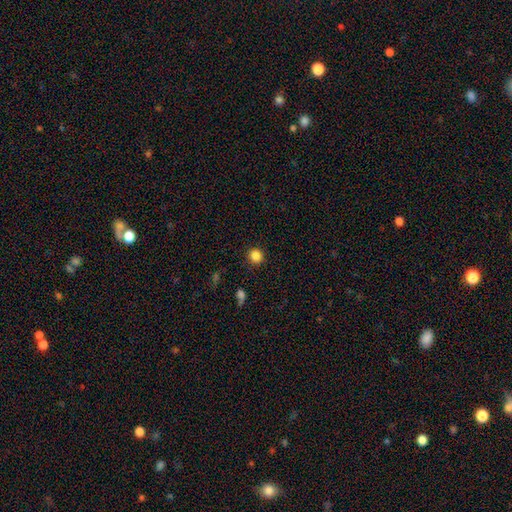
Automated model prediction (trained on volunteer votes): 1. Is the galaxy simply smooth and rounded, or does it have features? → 85% smooth, 11% star or artifact, 4% featured or disk.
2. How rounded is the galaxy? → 91% round, 9% in between, 1% cigar-shaped.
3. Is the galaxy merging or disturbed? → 91% none, 6% minor disturbance, 2% major disturbance, 1% merger.